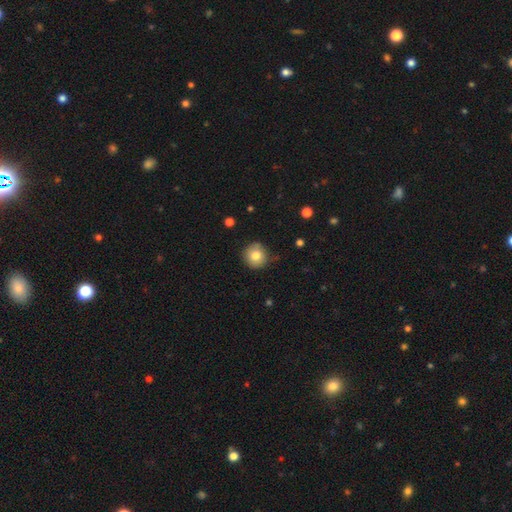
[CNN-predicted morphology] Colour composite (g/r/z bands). It shows a smooth galaxy with no disk features (80%) that is round (93%). Merging: none (82%).